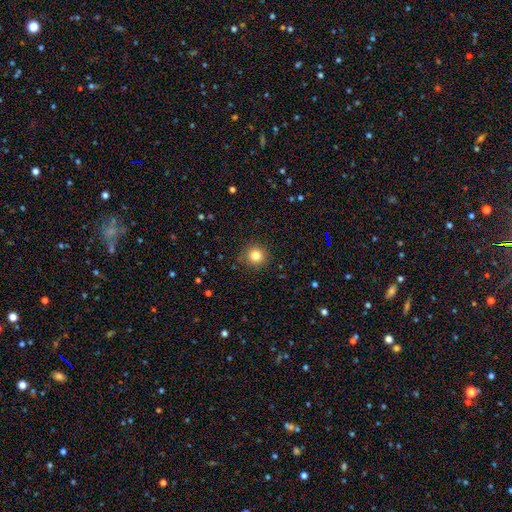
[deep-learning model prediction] smooth_or_featured: smooth (p=0.82) [alt: star or artifact p=0.12]
how_rounded: round (p=0.91) [alt: in between p=0.08]
merging: none (p=0.86) [alt: minor disturbance p=0.10]